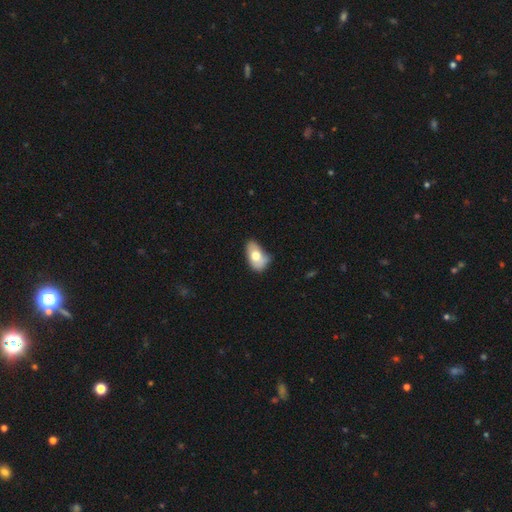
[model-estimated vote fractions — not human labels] Smooth or featured? Predicted: smooth (p=0.67). How rounded? Predicted: in between (p=0.91). Merging? Predicted: minor disturbance (p=0.39, tied with none).